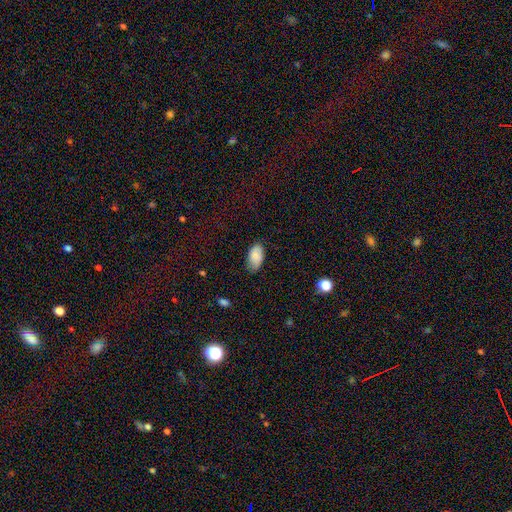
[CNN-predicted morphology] smooth_or_featured: smooth (p=0.82) [alt: featured or disk p=0.11]
how_rounded: in between (p=0.95) [alt: round p=0.03]
merging: none (p=0.70) [alt: minor disturbance p=0.25]